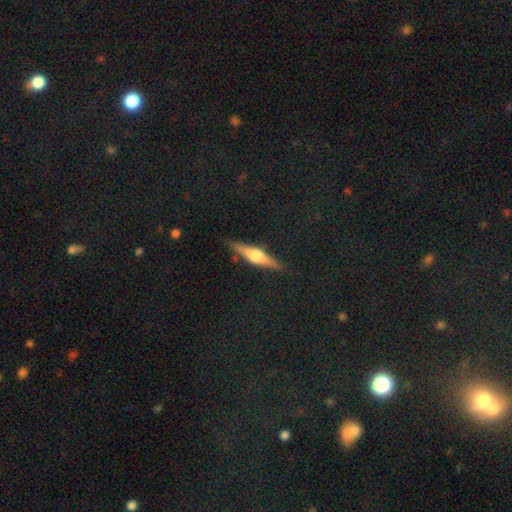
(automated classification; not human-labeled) Morphology: type=featured or disk (64%); edge-on=yes (96%); edge-on bulge=rounded (90%); merging=none (86%).